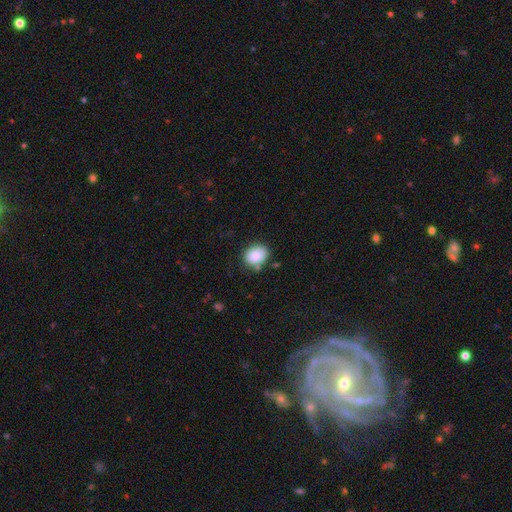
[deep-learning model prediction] Smooth or featured?
  - smooth: 87% *
  - star or artifact: 8%
  - featured or disk: 5%
How rounded?
  - in between: 54% *
  - round: 45%
  - cigar-shaped: 1%
Merging?
  - none: 78% *
  - minor disturbance: 14%
  - merger: 4%
  - major disturbance: 3%